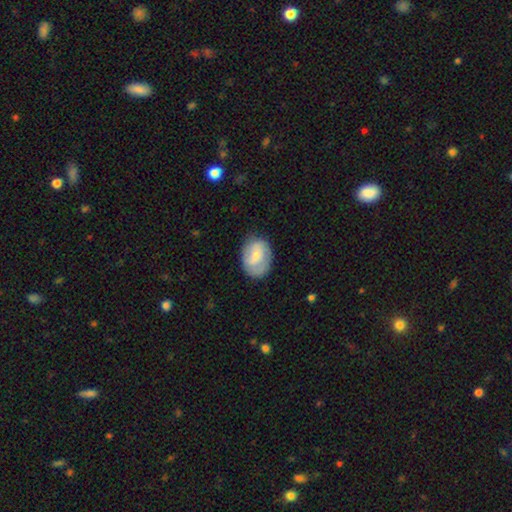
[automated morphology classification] Overall: smooth (51%; featured or disk 43%). How rounded: in between (69%; round 30%). Merging: none (74%).